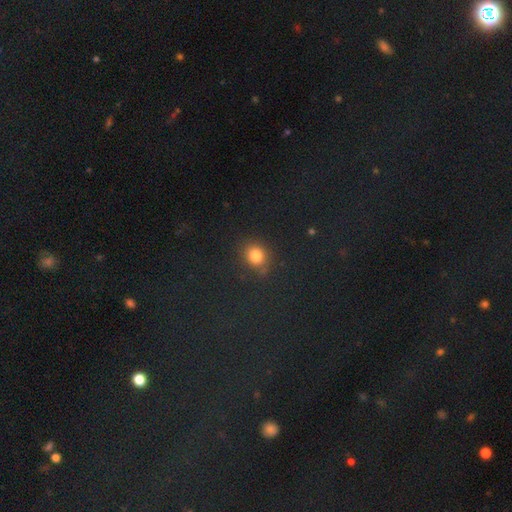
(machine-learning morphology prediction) This appears to be a smooth galaxy with no disk features (77%) that is round (74%). Merging: none (80%).